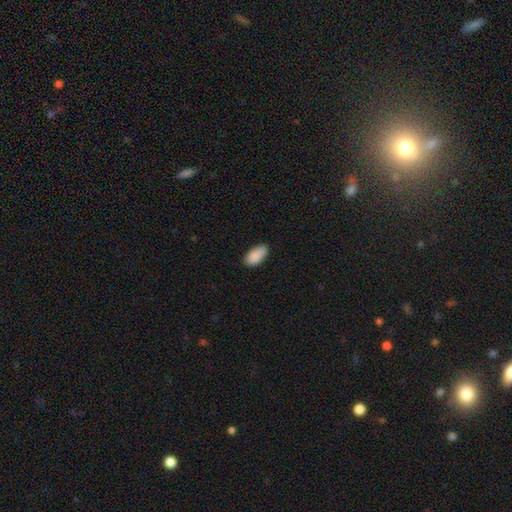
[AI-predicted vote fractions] smooth_or_featured: smooth (p=0.90) [alt: star or artifact p=0.07]
how_rounded: in between (p=0.93) [alt: cigar-shaped p=0.04]
merging: none (p=0.82) [alt: minor disturbance p=0.14]